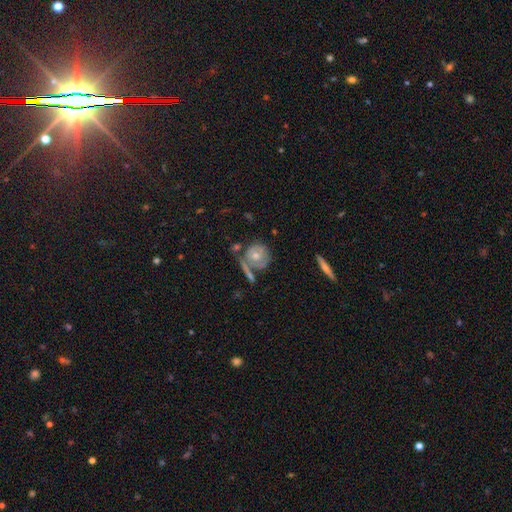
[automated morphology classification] smooth-or-featured: featured or disk: 47% | smooth: 46% | star or artifact: 8%
  merging: none: 52% | merger: 19% | minor disturbance: 19% | major disturbance: 10%